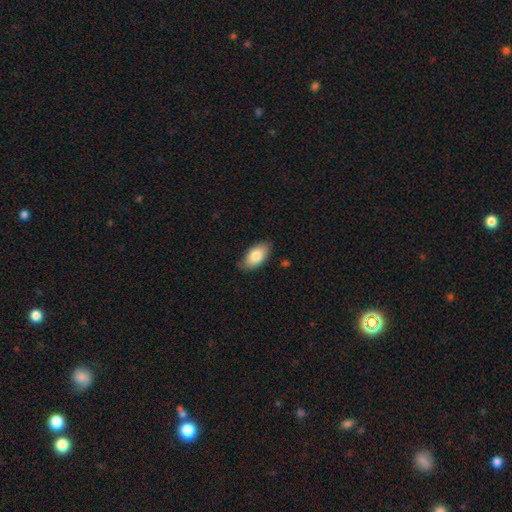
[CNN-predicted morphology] The model was most divided on "merging": none: 79%, minor disturbance: 17%, major disturbance: 3%, merger: 1%. More confident: how rounded — in between (94%); smooth or featured — smooth (81%).